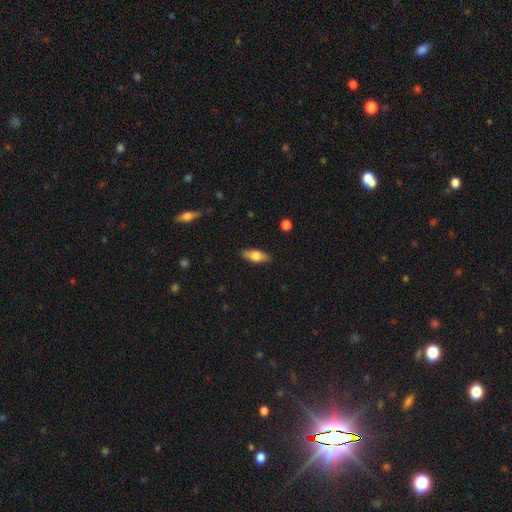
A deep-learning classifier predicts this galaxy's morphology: smooth-or-featured: smooth: 62% | featured or disk: 31% | star or artifact: 6%
  how-rounded: in between: 68% | cigar-shaped: 29% | round: 3%
  merging: none: 87% | minor disturbance: 10% | major disturbance: 2% | merger: 1%